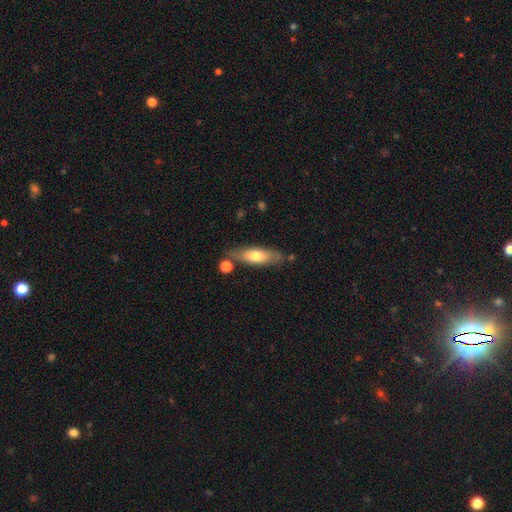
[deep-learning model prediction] Q: Smooth or featured?
A: smooth (66%); runner-up: featured or disk (28%)
Q: How rounded?
A: in between (54%); runner-up: cigar-shaped (44%)
Q: Merging?
A: none (72%); runner-up: minor disturbance (16%)